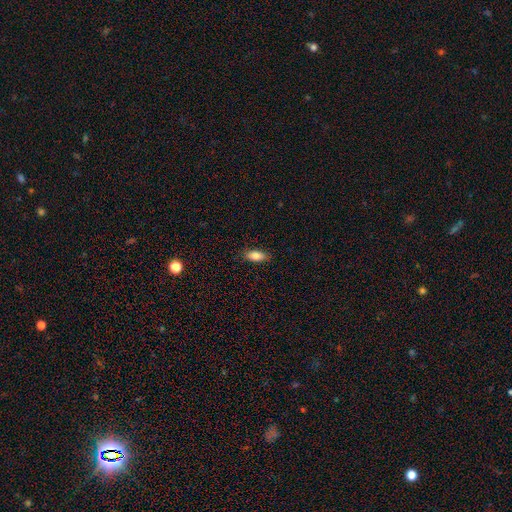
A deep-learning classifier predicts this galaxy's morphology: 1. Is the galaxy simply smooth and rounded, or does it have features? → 82% smooth, 11% featured or disk, 7% star or artifact.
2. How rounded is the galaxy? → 86% in between, 11% cigar-shaped, 3% round.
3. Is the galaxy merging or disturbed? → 87% none, 10% minor disturbance, 2% major disturbance, 1% merger.